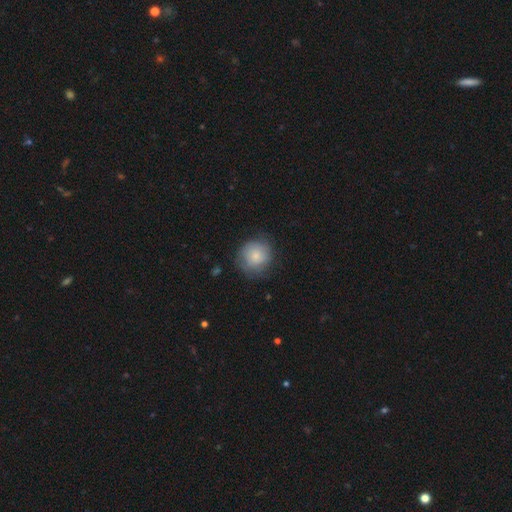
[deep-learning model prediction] Smooth or featured? Predicted: smooth (p=0.76). How rounded? Predicted: round (p=0.89). Merging? Predicted: none (p=0.70).